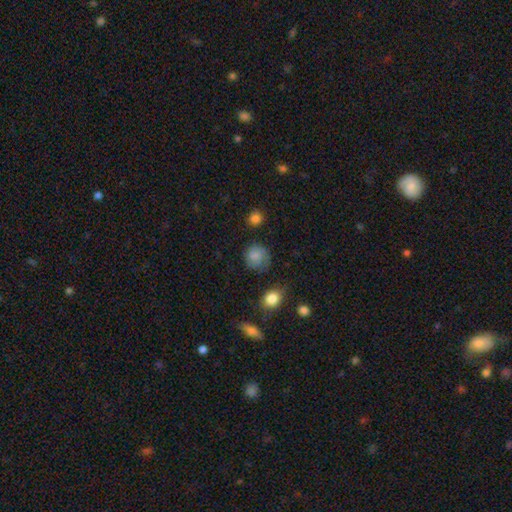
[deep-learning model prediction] smooth_or_featured: smooth (p=0.75) [alt: featured or disk p=0.15]
how_rounded: round (p=0.83) [alt: in between p=0.16]
merging: none (p=0.68) [alt: minor disturbance p=0.22]